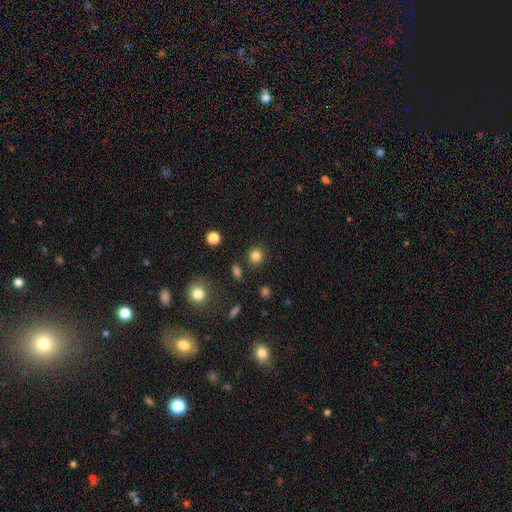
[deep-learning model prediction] A smooth galaxy with no disk features (83%) that is round (88%).

Vote fractions:
- Smooth or featured? smooth: 83% / star or artifact: 13% / featured or disk: 5%
- How rounded? round: 88% / in between: 11% / cigar-shaped: 1%
- Merging? none: 87% / minor disturbance: 7% / merger: 3% / major disturbance: 3%